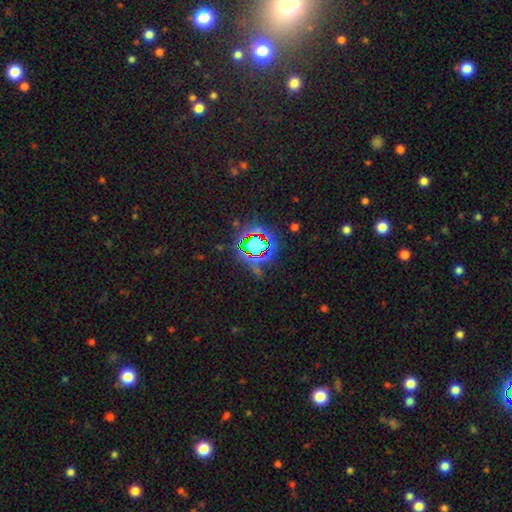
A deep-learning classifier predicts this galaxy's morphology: A star or artifact, not a galaxy (80%).